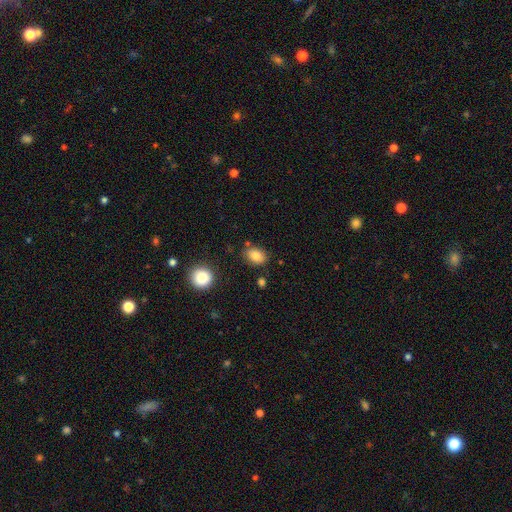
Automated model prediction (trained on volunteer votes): A smooth galaxy with no disk features (84%) that is in between round and cigar-shaped (75%).

Vote fractions:
- Smooth or featured? smooth: 84% / star or artifact: 9% / featured or disk: 7%
- How rounded? in between: 75% / round: 24% / cigar-shaped: 1%
- Merging? none: 80% / minor disturbance: 12% / merger: 4% / major disturbance: 3%